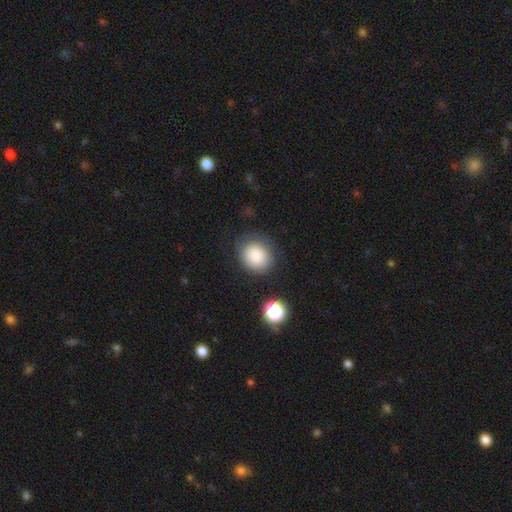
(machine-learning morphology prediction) type=smooth (86%); roundness=round (70%); merging=none (78%).